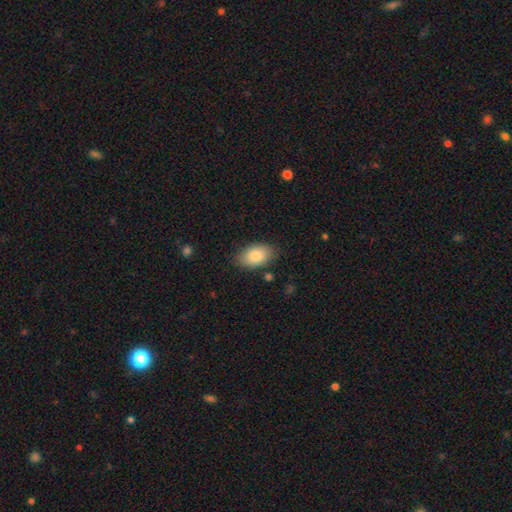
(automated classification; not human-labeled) Smooth or featured? smooth (85%)
How rounded? in between (92%)
Merging? none (82%)